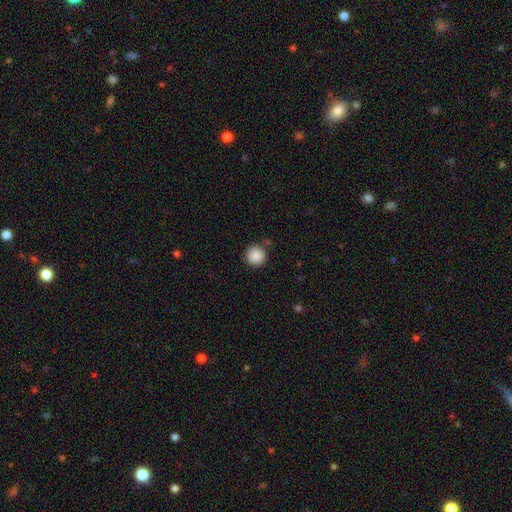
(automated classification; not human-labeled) Morphology: type=smooth (88%); roundness=round (95%); merging=none (83%).